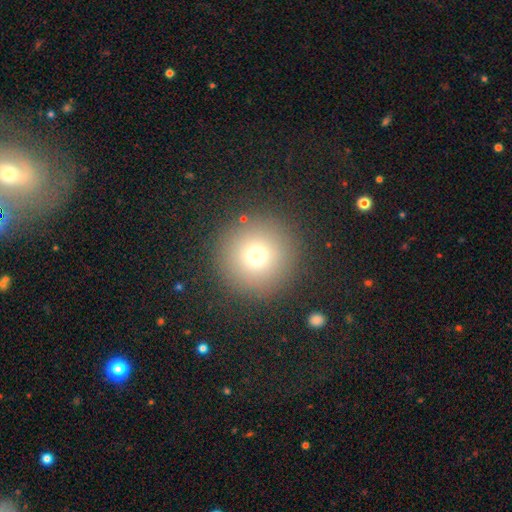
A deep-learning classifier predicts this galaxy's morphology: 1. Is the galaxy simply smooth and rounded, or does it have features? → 73% smooth, 17% star or artifact, 11% featured or disk.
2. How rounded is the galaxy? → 96% round, 3% in between, 1% cigar-shaped.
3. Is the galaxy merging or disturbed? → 90% none, 5% minor disturbance, 3% major disturbance, 2% merger.